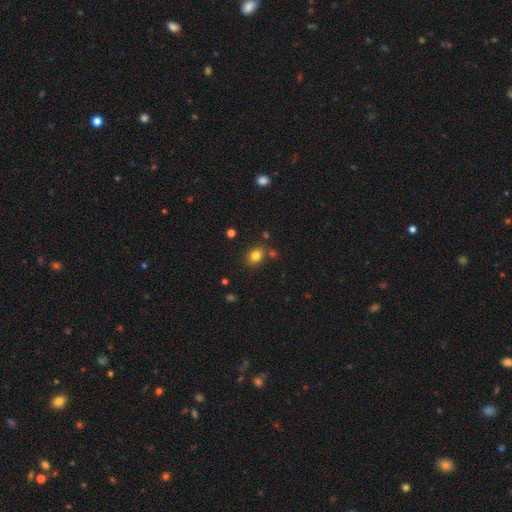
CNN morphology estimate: type=smooth (81%); roundness=round (54%); merging=none (79%).